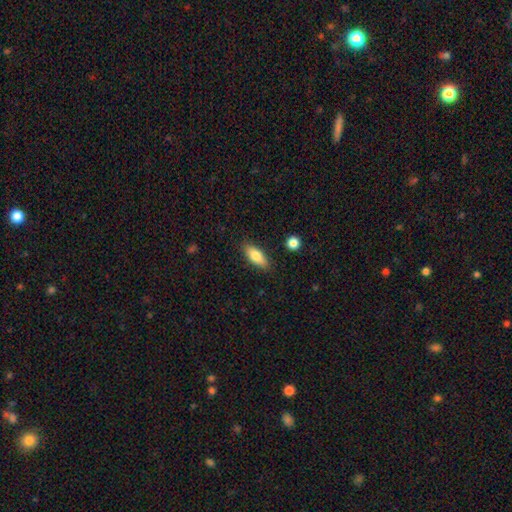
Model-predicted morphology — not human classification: smooth_or_featured: smooth (p=0.78) [alt: featured or disk p=0.16]
how_rounded: in between (p=0.76) [alt: cigar-shaped p=0.22]
merging: none (p=0.86) [alt: minor disturbance p=0.10]